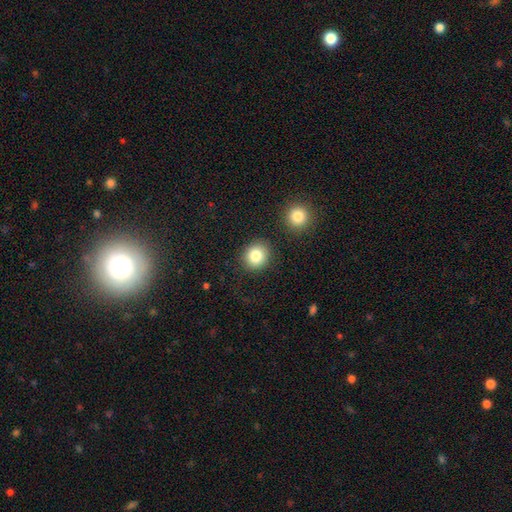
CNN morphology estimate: This is clearly a smooth galaxy (82%). How rounded: clearly round (83%). Merging: clearly none (86%).